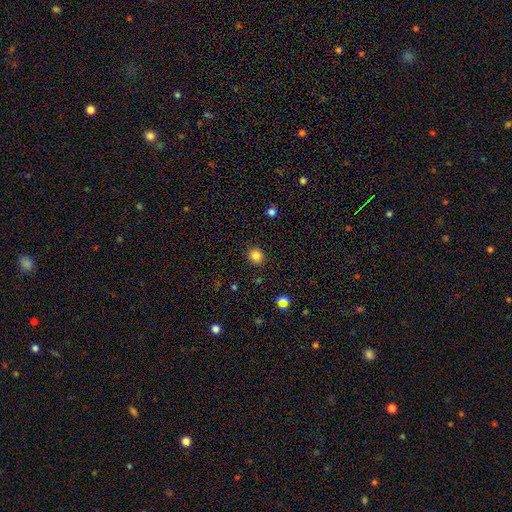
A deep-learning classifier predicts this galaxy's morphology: Smooth or featured? smooth (83%)
How rounded? round (85%)
Merging? none (89%)